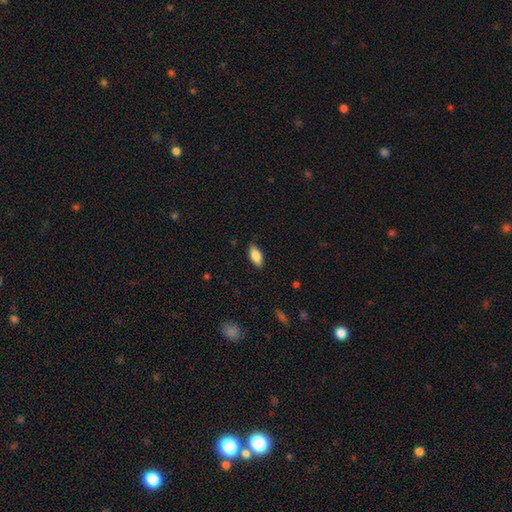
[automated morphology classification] Overall: smooth (79%). How rounded: in between (87%). Merging: none (83%).